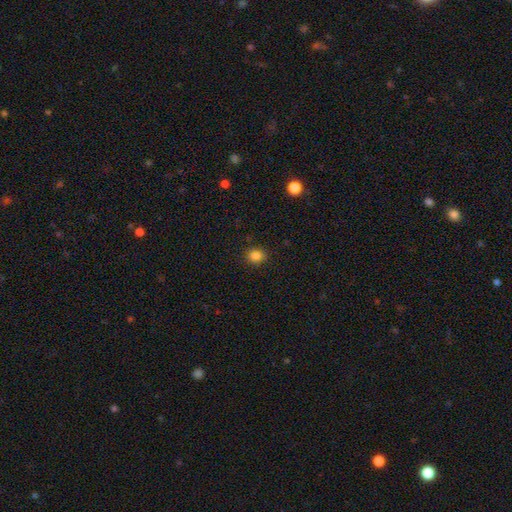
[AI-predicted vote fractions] Overall: smooth (84%). How rounded: round (82%). Merging: none (90%).